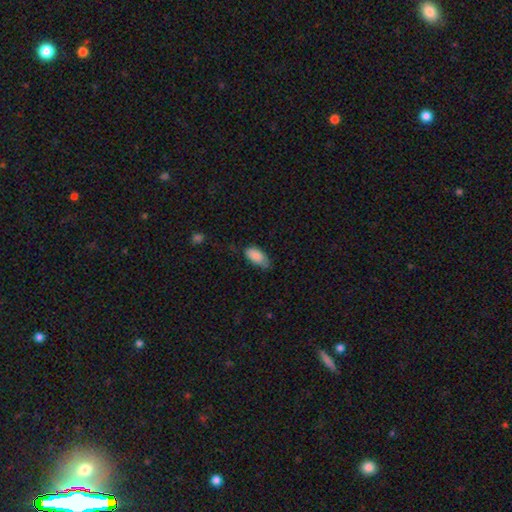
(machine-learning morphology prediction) Smooth or featured? smooth (87%)
How rounded? in between (92%)
Merging? none (58%)